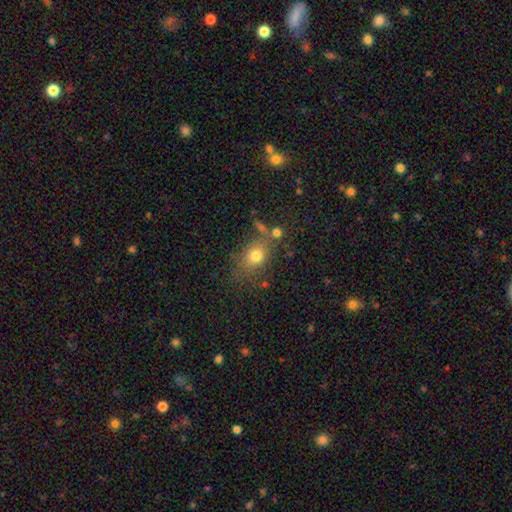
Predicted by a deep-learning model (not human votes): smooth-or-featured: smooth: 75% | star or artifact: 13% | featured or disk: 12%
  how-rounded: in between: 58% | round: 40% | cigar-shaped: 2%
  merging: none: 62% | minor disturbance: 17% | merger: 12% | major disturbance: 9%